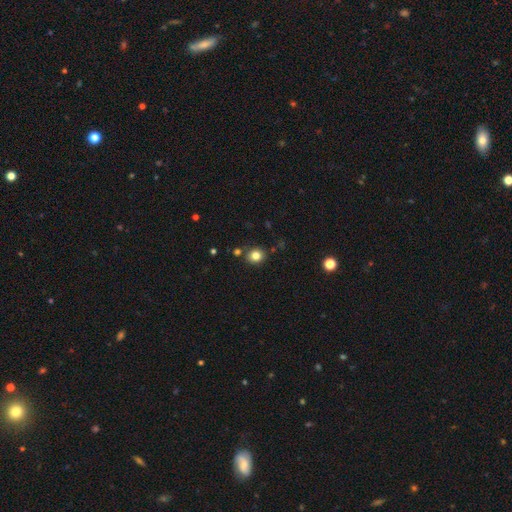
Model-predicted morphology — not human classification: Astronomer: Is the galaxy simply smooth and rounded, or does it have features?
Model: smooth — 82%.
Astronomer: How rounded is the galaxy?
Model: round — 78%.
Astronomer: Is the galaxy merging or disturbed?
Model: none — 82%.